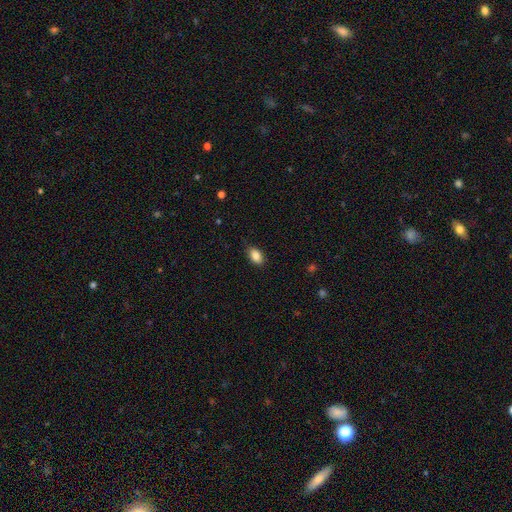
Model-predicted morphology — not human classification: Smooth or featured?
  - smooth: 86% *
  - star or artifact: 8%
  - featured or disk: 6%
How rounded?
  - in between: 90% *
  - round: 8%
  - cigar-shaped: 2%
Merging?
  - none: 82% *
  - minor disturbance: 14%
  - major disturbance: 3%
  - merger: 1%